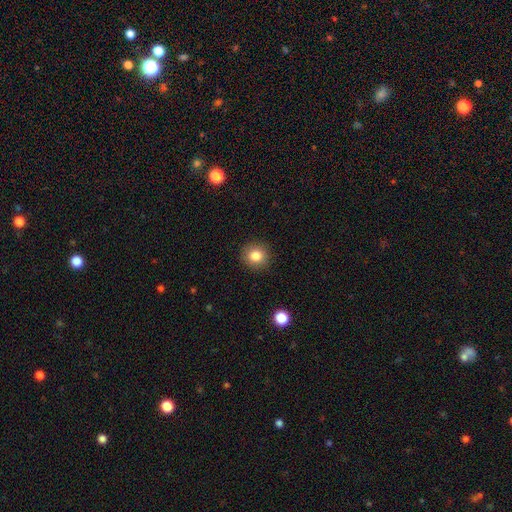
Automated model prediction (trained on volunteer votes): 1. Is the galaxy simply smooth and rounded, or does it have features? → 83% smooth, 10% star or artifact, 6% featured or disk.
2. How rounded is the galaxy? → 90% round, 9% in between, 1% cigar-shaped.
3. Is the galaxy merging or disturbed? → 91% none, 6% minor disturbance, 2% major disturbance, 1% merger.